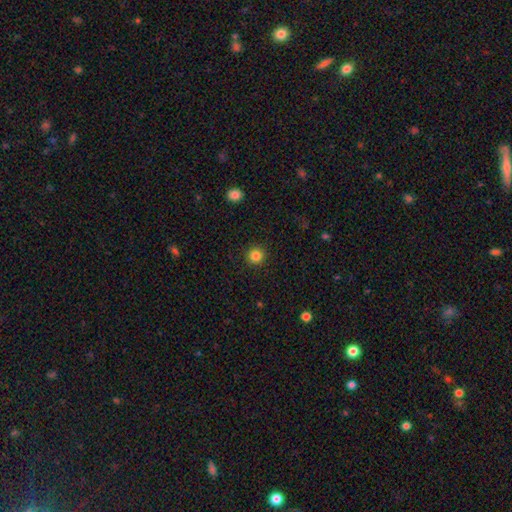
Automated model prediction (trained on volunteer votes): This is clearly a smooth galaxy (84%). How rounded: clearly round (95%). Merging: clearly none (93%).